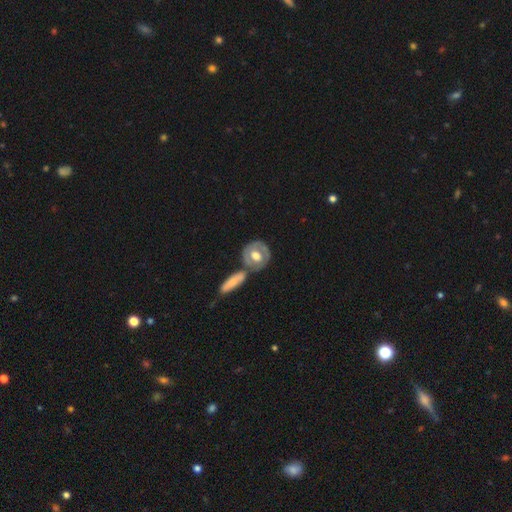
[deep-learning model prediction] smooth_or_featured: featured or disk (p=0.43) [alt: smooth p=0.39]
merging: none (p=0.50) [alt: merger p=0.32]